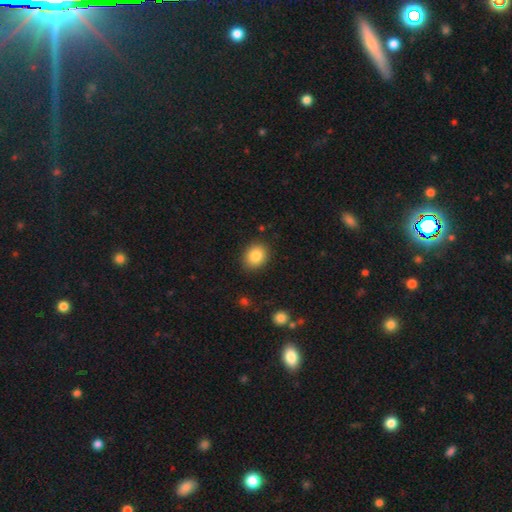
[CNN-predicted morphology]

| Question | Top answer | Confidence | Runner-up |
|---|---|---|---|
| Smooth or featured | smooth | 85% | star or artifact (9%) |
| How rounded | round | 56% | in between (43%) |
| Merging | none | 88% | minor disturbance (8%) |